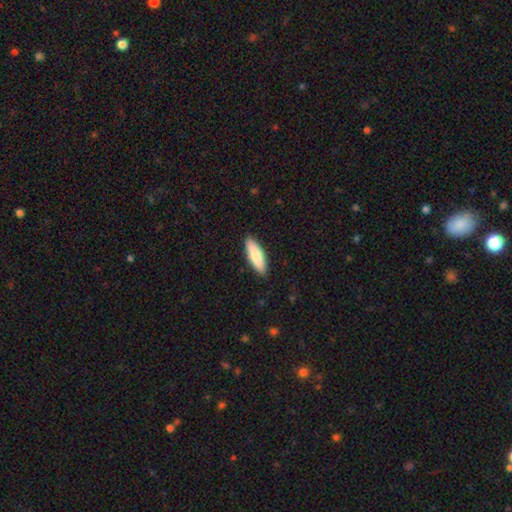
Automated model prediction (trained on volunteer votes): smooth 82%, featured or disk 13%, star or artifact 5%. Down the decision tree: how rounded — cigar-shaped (55%); merging — none (89%).